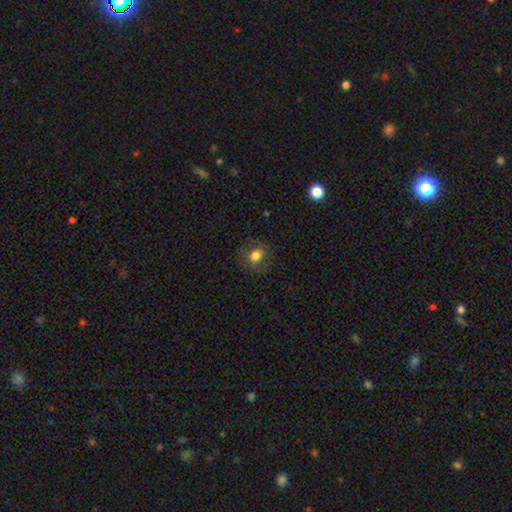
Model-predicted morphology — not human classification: Smooth or featured? Predicted: smooth (p=0.73). How rounded? Predicted: round (p=0.68). Merging? Predicted: none (p=0.81).